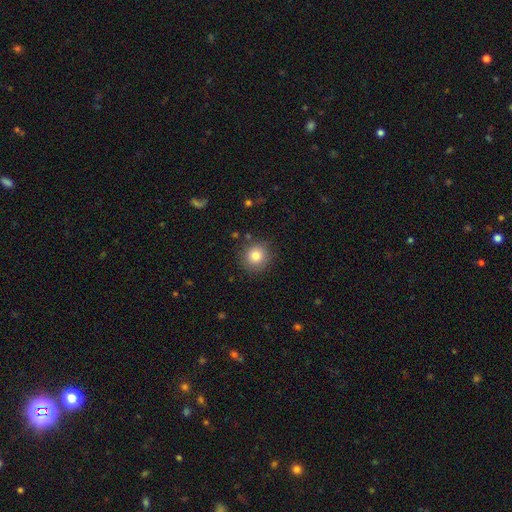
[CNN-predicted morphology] smooth-or-featured: smooth: 81% | star or artifact: 11% | featured or disk: 9%
  how-rounded: round: 91% | in between: 8% | cigar-shaped: 1%
  merging: none: 86% | minor disturbance: 9% | major disturbance: 3% | merger: 2%